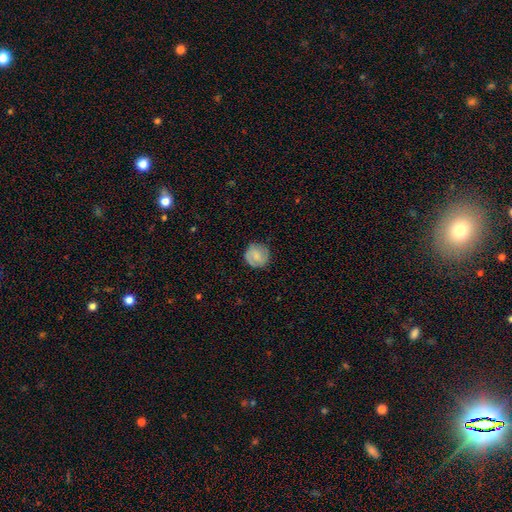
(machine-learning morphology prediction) The model was most divided on "smooth or featured": smooth: 68%, featured or disk: 24%, star or artifact: 8%. More confident: how rounded — round (90%); merging — none (80%).